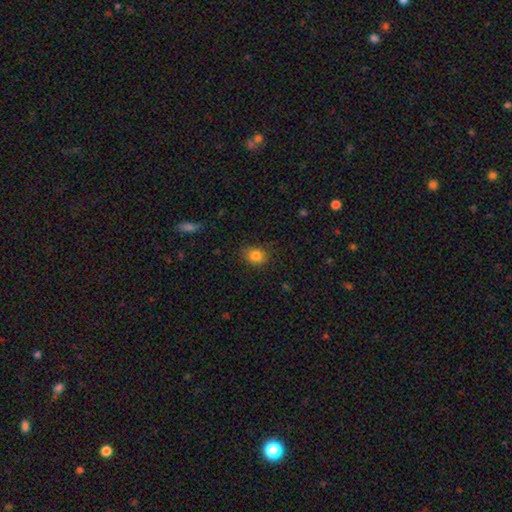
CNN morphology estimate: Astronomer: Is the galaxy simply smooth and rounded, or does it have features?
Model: smooth — 83%.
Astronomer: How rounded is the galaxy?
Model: round — 53% (runner-up: in between, 46%).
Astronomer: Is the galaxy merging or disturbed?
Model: none — 78%.